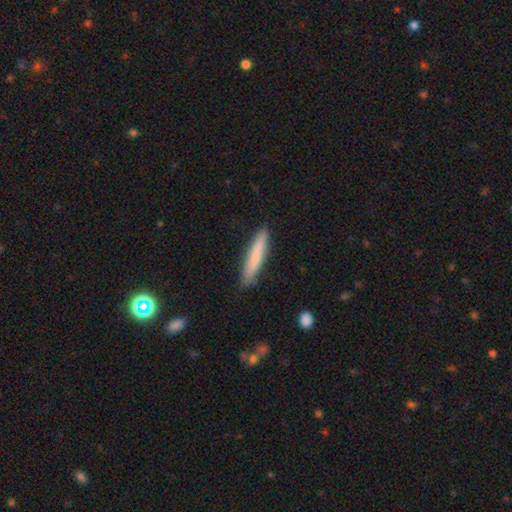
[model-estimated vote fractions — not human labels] A smooth galaxy with no disk features (75%) that is cigar-shaped (92%). Merging: none (86%).